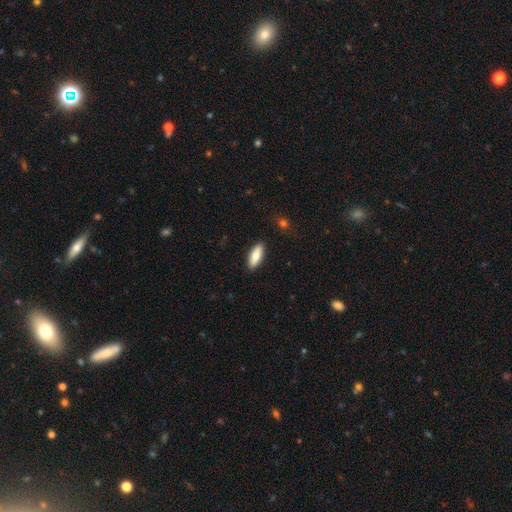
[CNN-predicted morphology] This appears to be a smooth galaxy with no disk features (83%) that is in between round and cigar-shaped (69%). Merging: none (89%).